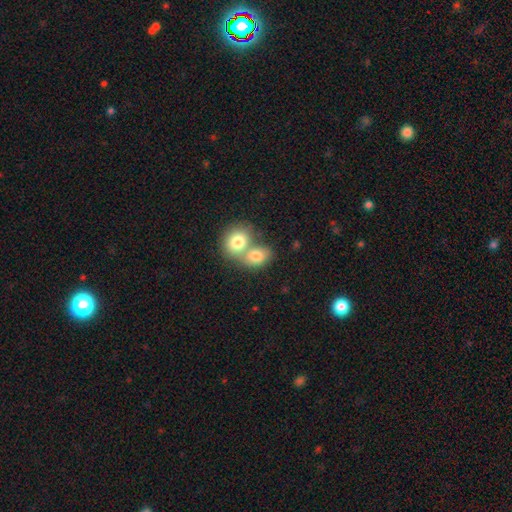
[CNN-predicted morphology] This appears to be a smooth galaxy with no disk features (79%) that is in between round and cigar-shaped (54%). Merging: merger (66%).